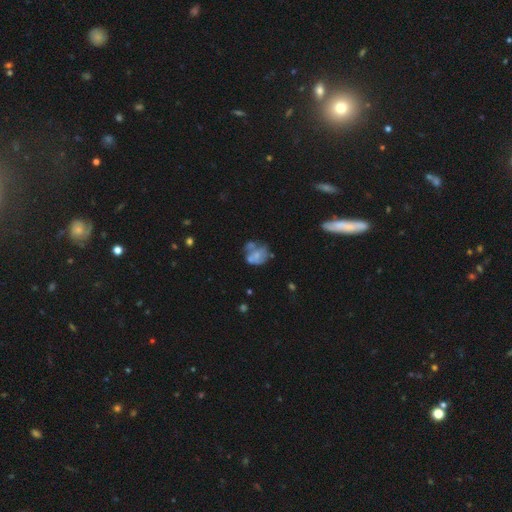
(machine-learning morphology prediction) The model was most divided on "merging": merger: 32%, none: 30%, minor disturbance: 20%, major disturbance: 18%. Remaining: smooth or featured — featured or disk (46%).